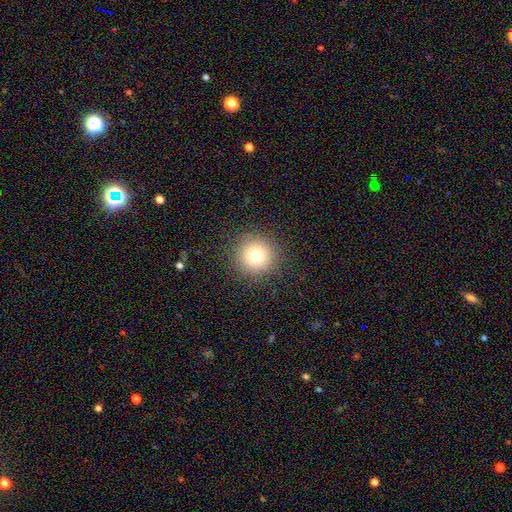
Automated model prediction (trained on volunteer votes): Smooth or featured? smooth (75%)
How rounded? round (95%)
Merging? none (89%)